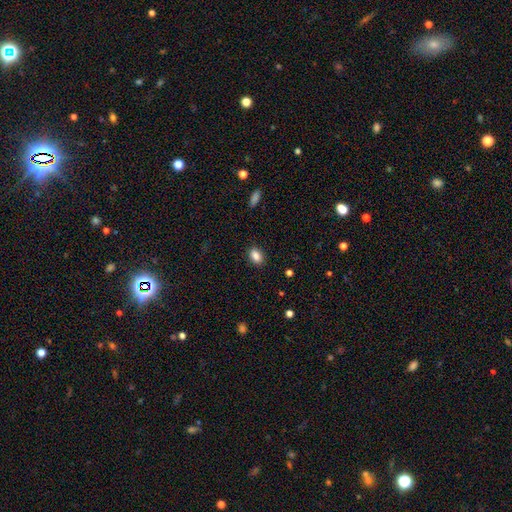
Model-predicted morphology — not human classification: Smooth or featured? Predicted: smooth (p=0.87). How rounded? Predicted: in between (p=0.81). Merging? Predicted: none (p=0.88).